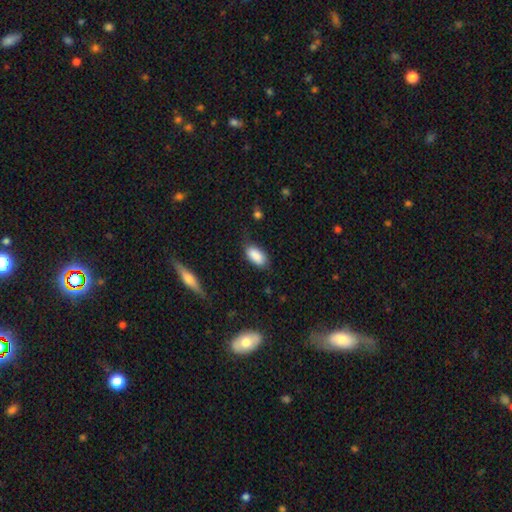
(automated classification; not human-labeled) smooth_or_featured: smooth (p=0.87) [alt: star or artifact p=0.07]
how_rounded: in between (p=0.92) [alt: cigar-shaped p=0.05]
merging: none (p=0.71) [alt: minor disturbance p=0.21]